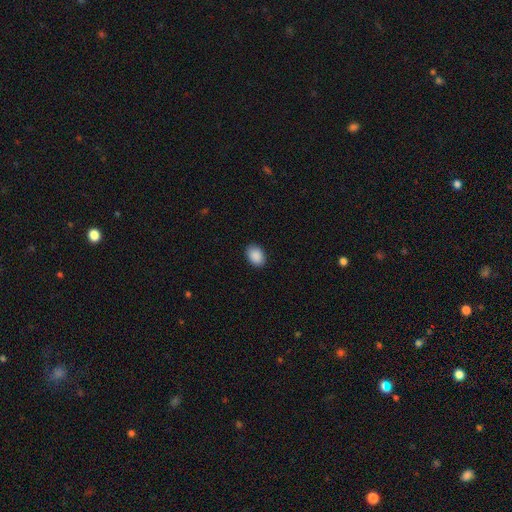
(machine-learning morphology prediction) Smooth or featured? Predicted: smooth (p=0.90). How rounded? Predicted: in between (p=0.81). Merging? Predicted: none (p=0.88).